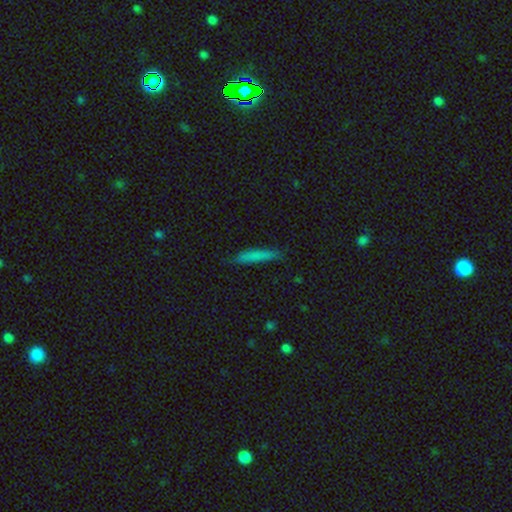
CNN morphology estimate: The model was most divided on "merging": none: 80%, minor disturbance: 16%, major disturbance: 3%, merger: 2%. More confident: how rounded — cigar-shaped (90%); smooth or featured — smooth (79%).